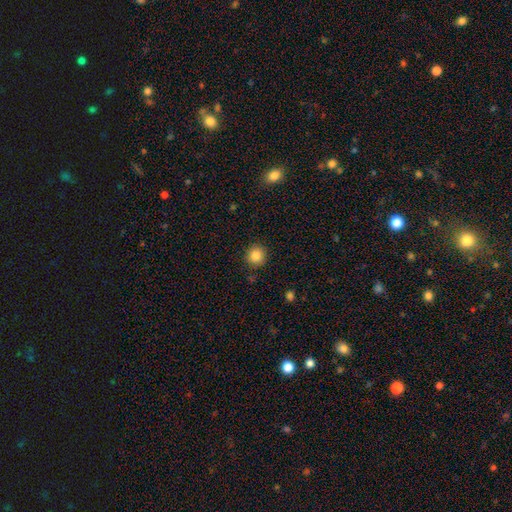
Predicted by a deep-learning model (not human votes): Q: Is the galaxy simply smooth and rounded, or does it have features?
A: smooth — 84%.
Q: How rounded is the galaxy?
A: round — 91%.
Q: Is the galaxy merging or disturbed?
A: none — 89%.